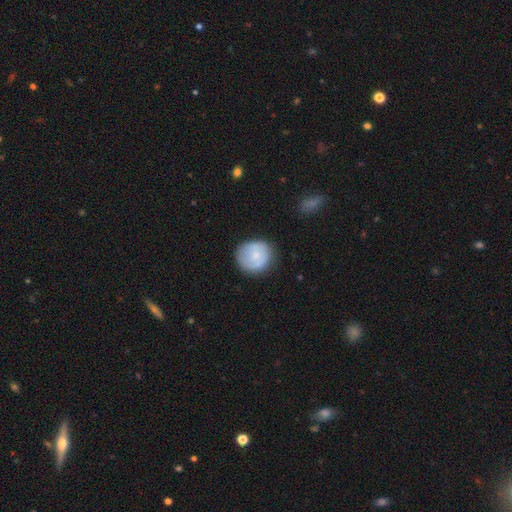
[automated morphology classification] smooth 67%, featured or disk 26%, star or artifact 6%. Down the decision tree: how rounded — round (88%); merging — none (76%).